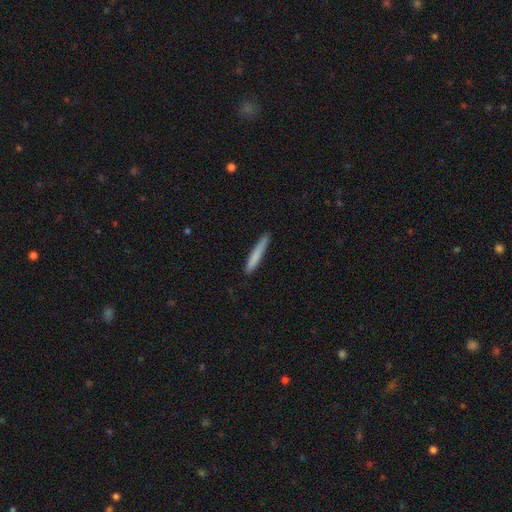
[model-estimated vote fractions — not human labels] smooth-or-featured: smooth: 78% | featured or disk: 16% | star or artifact: 6%
  how-rounded: cigar-shaped: 96% | in between: 3% | round: 1%
  merging: none: 87% | minor disturbance: 10% | major disturbance: 2% | merger: 1%